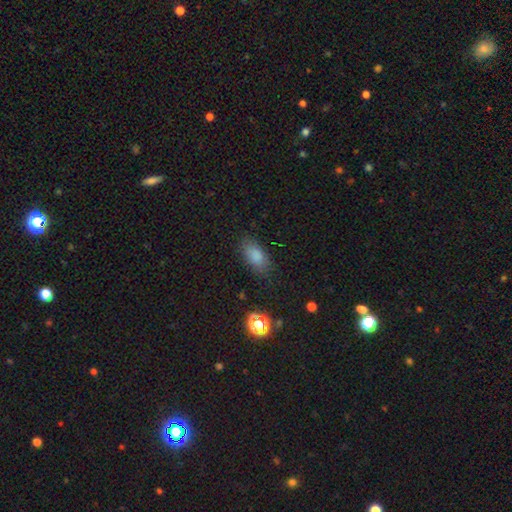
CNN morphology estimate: Q: Smooth or featured?
A: smooth (83%); runner-up: star or artifact (11%)
Q: How rounded?
A: in between (89%); runner-up: cigar-shaped (6%)
Q: Merging?
A: none (81%); runner-up: minor disturbance (13%)